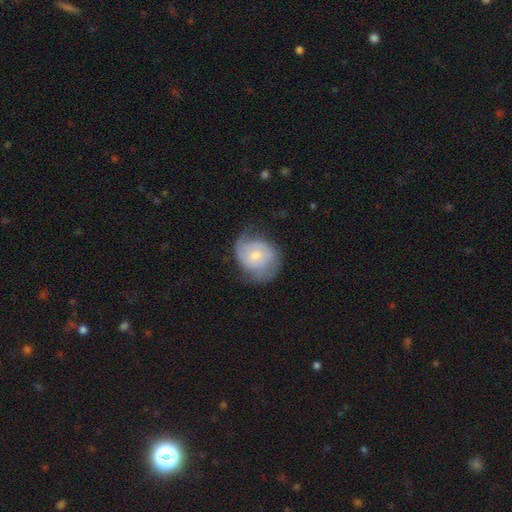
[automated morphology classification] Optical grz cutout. It shows a featured or disk galaxy (60%) with no bar (68%), spiral arms (85%) and a small central bulge (52%). Merging: none (53%).